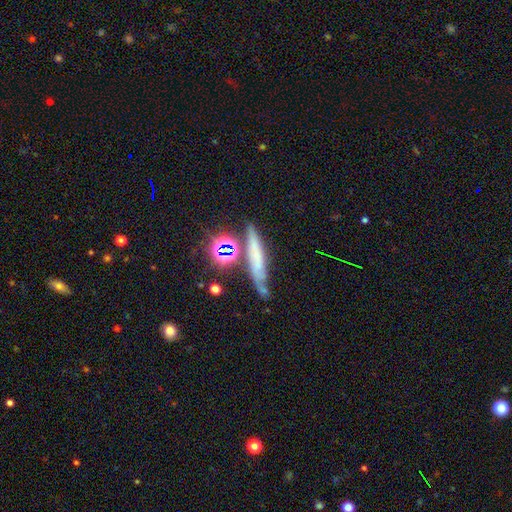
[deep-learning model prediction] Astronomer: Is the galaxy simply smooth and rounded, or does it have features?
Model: smooth — 42% (runner-up: featured or disk, 31%).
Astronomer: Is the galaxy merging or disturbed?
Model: none — 61%.